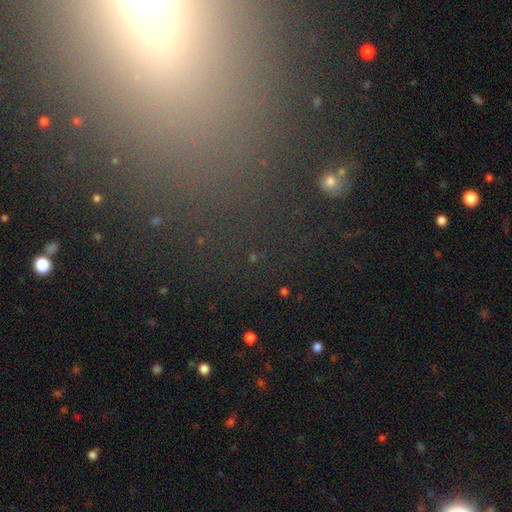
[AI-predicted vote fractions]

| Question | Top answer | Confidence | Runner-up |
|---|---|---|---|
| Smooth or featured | star or artifact | 59% | smooth (26%) |